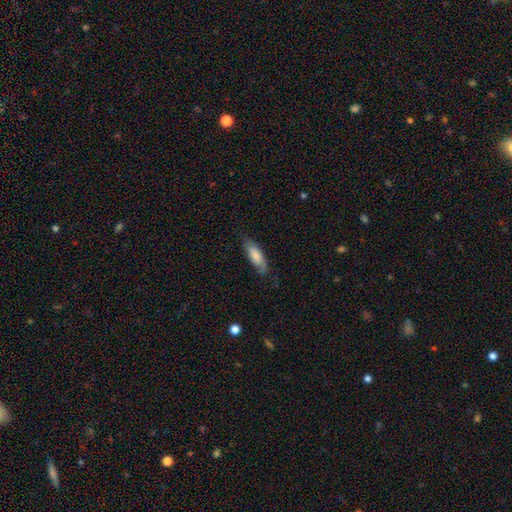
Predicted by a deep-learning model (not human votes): This is likely a smooth galaxy (69%). How rounded: likely in between (67%). Merging: likely none (71%).